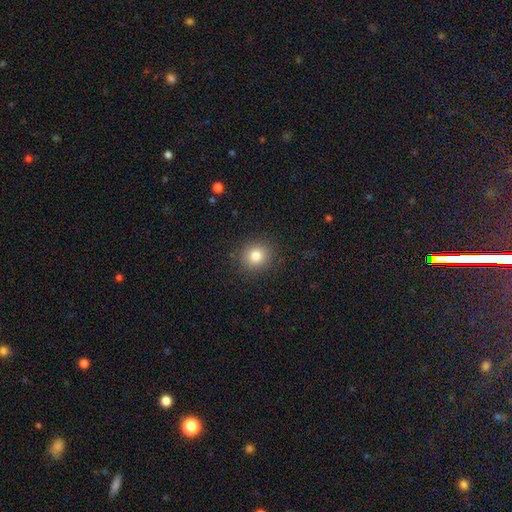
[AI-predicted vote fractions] smooth 80%, star or artifact 12%, featured or disk 8%. Down the decision tree: how rounded — round (86%); merging — none (89%).